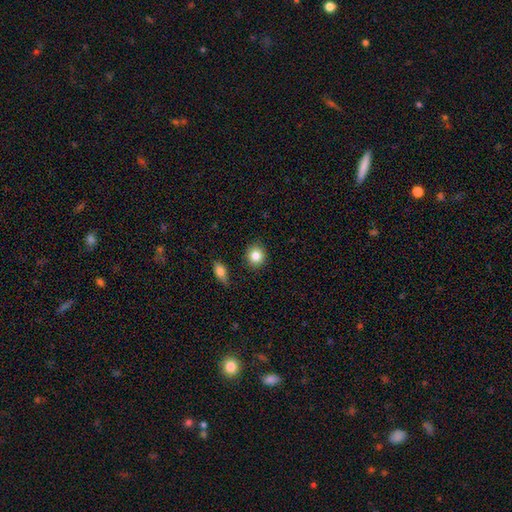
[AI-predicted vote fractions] The model was most divided on "how rounded": round: 85%, in between: 14%, cigar-shaped: 1%. More confident: merging — none (88%); smooth or featured — smooth (85%).